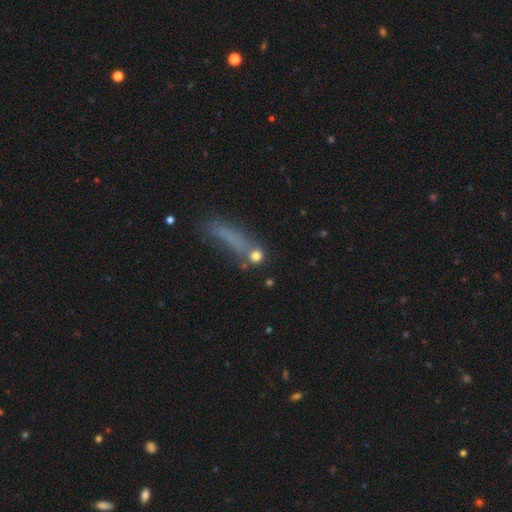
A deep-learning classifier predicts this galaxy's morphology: A smooth galaxy with no disk features (70%) that is round (69%).

Vote fractions:
- Smooth or featured? smooth: 70% / star or artifact: 16% / featured or disk: 13%
- How rounded? round: 69% / in between: 16% / cigar-shaped: 15%
- Merging? none: 57% / merger: 18% / minor disturbance: 13% / major disturbance: 11%